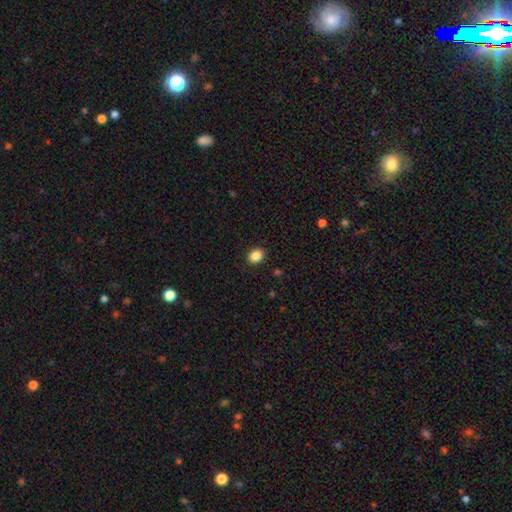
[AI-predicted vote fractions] smooth_or_featured: smooth (p=0.87) [alt: star or artifact p=0.10]
how_rounded: in between (p=0.53) [alt: round p=0.46]
merging: none (p=0.91) [alt: minor disturbance p=0.06]